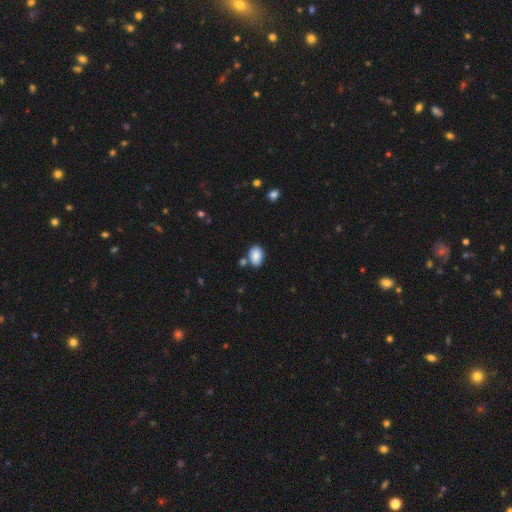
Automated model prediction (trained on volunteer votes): Smooth or featured: smooth — 87% (star or artifact — 7%)
How rounded: in between — 85% (round — 14%)
Merging: none — 69% (minor disturbance — 15%)